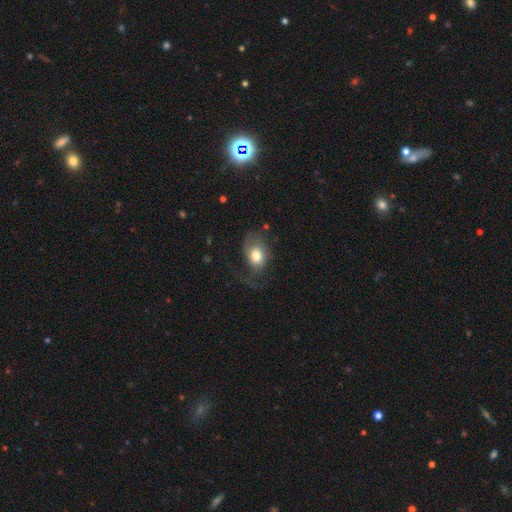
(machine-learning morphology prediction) Smooth or featured?
  - smooth: 55% *
  - featured or disk: 38%
  - star or artifact: 8%
How rounded?
  - in between: 67% *
  - round: 32%
  - cigar-shaped: 1%
Merging?
  - none: 39% *
  - major disturbance: 35%
  - minor disturbance: 23%
  - merger: 2%